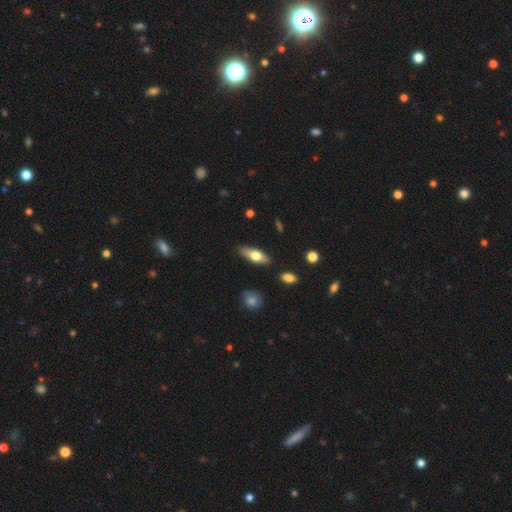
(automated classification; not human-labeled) Smooth or featured? Predicted: smooth (p=0.62). How rounded? Predicted: in between (p=0.61). Merging? Predicted: none (p=0.83).